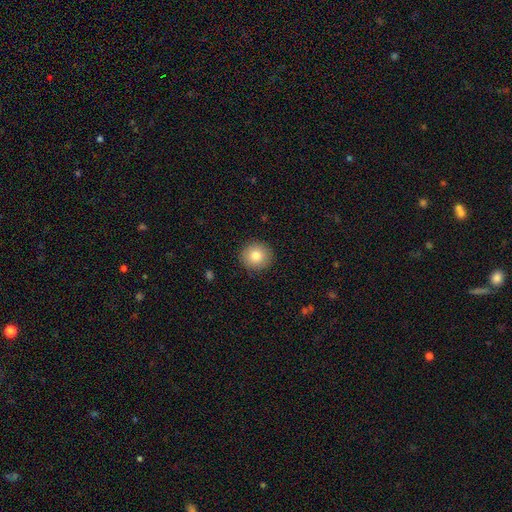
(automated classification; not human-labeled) A smooth galaxy with no disk features (82%) that is round (93%). Merging: none (91%).